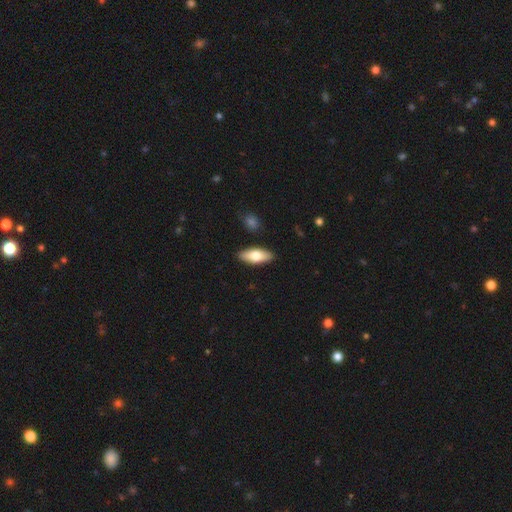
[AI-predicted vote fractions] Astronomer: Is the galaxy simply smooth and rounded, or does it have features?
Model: smooth — 71%.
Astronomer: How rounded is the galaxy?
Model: in between — 72%.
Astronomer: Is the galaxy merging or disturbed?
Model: none — 88%.